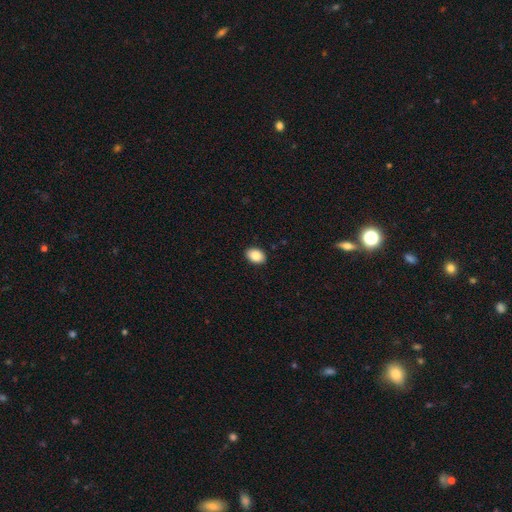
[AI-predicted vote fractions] Overall: smooth (88%). How rounded: in between (80%). Merging: none (90%).